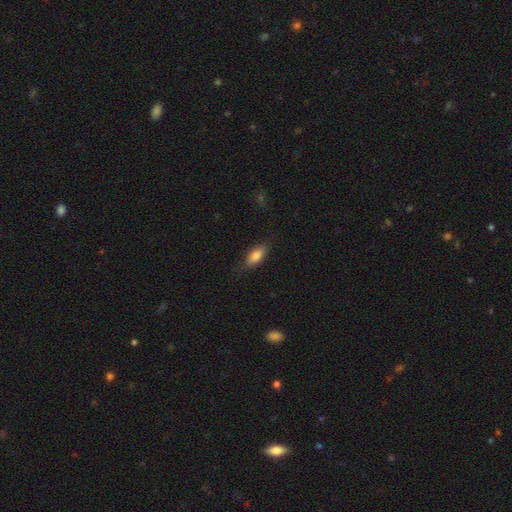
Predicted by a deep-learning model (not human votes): The model was most divided on "how rounded": in between: 76%, cigar-shaped: 21%, round: 3%. More confident: smooth or featured — smooth (80%); merging — none (79%).